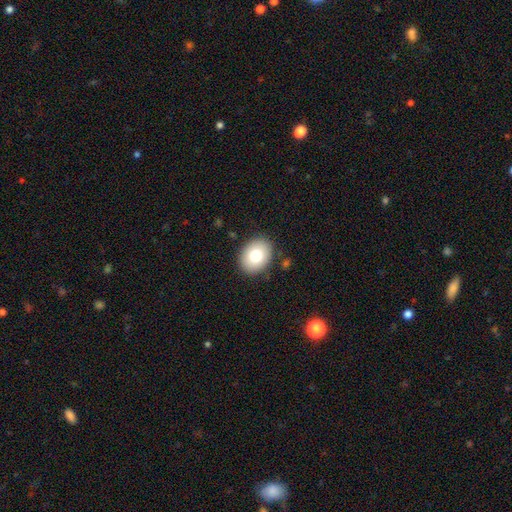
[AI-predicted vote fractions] Smooth or featured? smooth (77%)
How rounded? in between (64%)
Merging? none (88%)